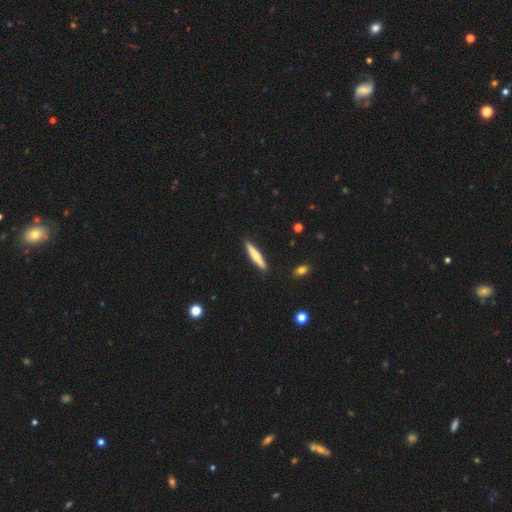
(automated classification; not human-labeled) This appears to be a smooth galaxy with no disk features (58%) that is cigar-shaped (92%). Merging: none (90%).